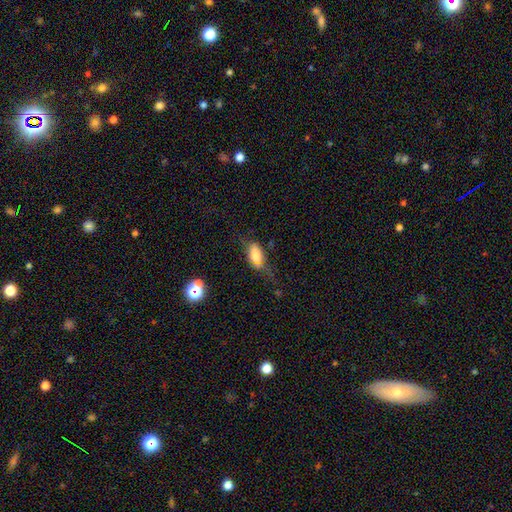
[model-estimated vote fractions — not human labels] smooth 67%, featured or disk 24%, star or artifact 9%. Down the decision tree: how rounded — in between (83%); merging — none (43%).